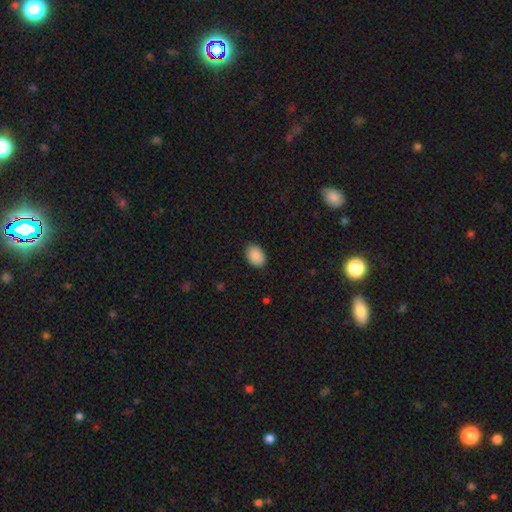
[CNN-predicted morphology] The model was most divided on "how rounded": in between: 76%, round: 23%, cigar-shaped: 1%. More confident: smooth or featured — smooth (90%); merging — none (87%).